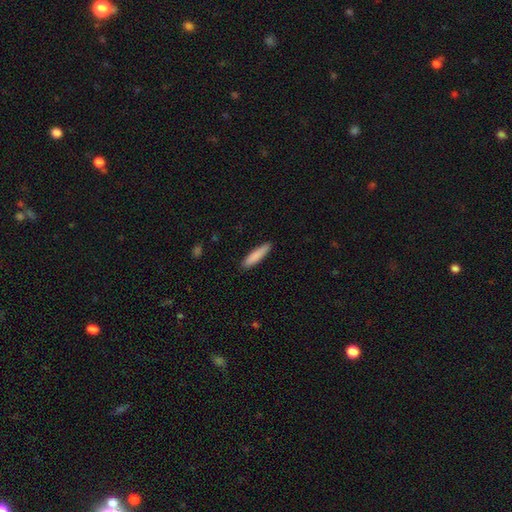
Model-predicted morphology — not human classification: Overall: smooth (86%). How rounded: cigar-shaped (82%). Merging: none (89%).